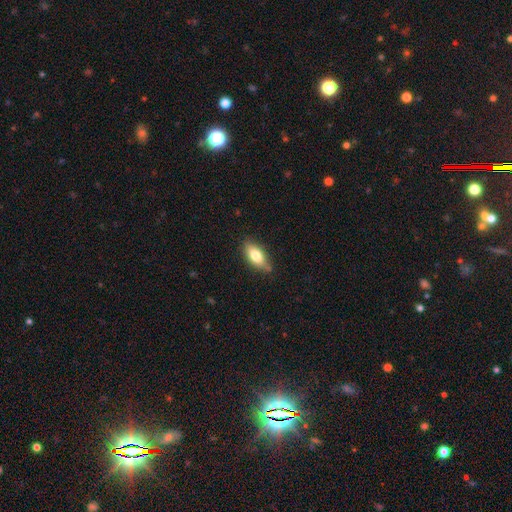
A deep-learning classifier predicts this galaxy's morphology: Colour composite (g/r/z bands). It shows a smooth galaxy with no disk features (75%) that is in between round and cigar-shaped (85%). Merging: none (74%).